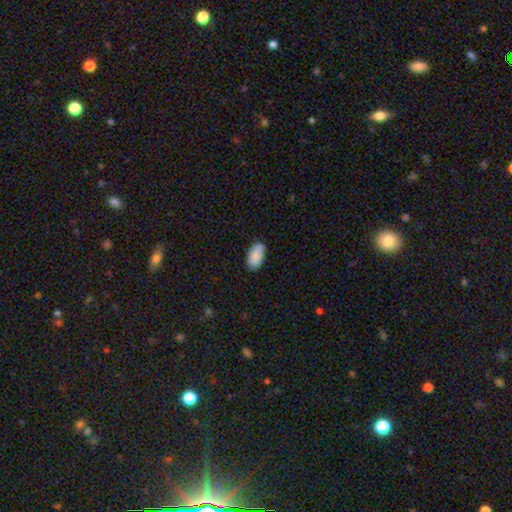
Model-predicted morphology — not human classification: Smooth or featured: smooth — 86% (featured or disk — 7%)
How rounded: in between — 95% (round — 3%)
Merging: none — 82% (minor disturbance — 14%)